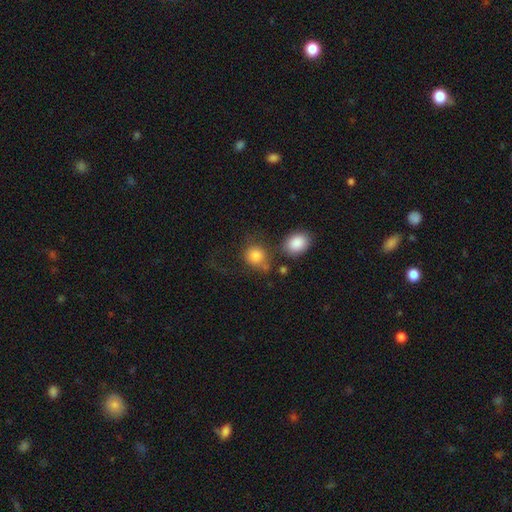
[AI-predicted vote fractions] Q: Smooth or featured?
A: smooth (83%); runner-up: star or artifact (9%)
Q: How rounded?
A: round (76%); runner-up: in between (22%)
Q: Merging?
A: none (47%); runner-up: merger (20%)